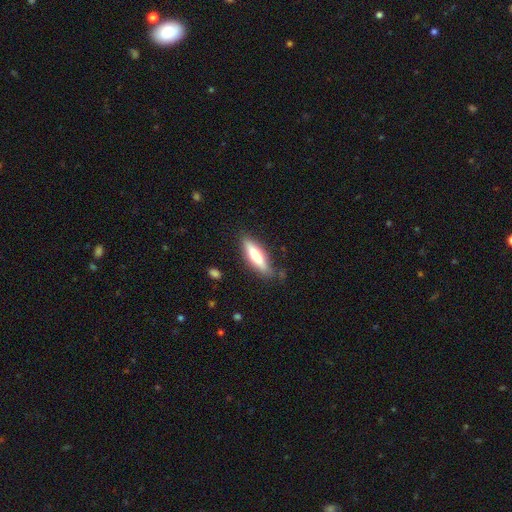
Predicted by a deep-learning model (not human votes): Overall: smooth (65%; featured or disk 29%). How rounded: cigar-shaped (67%; in between 31%). Merging: none (82%).